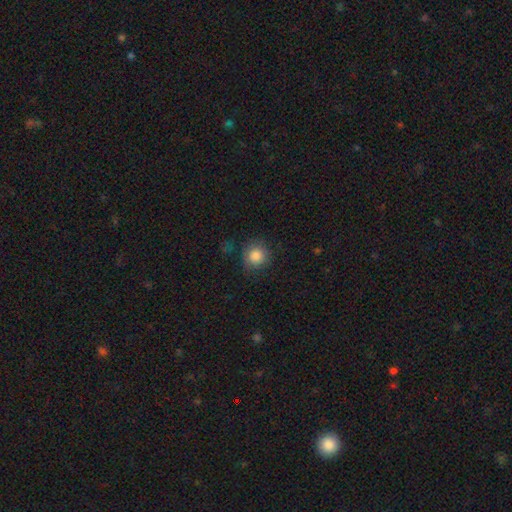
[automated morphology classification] Overall: smooth (85%). How rounded: round (90%). Merging: none (77%).